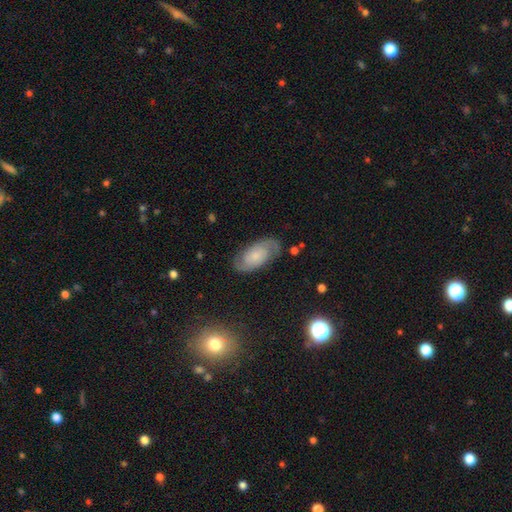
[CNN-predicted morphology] smooth-or-featured: featured or disk: 69% | smooth: 23% | star or artifact: 8%
  disk-edge-on: no: 95% | yes: 5%
    bar: no: 68% | weak: 26% | strong: 6%
    has-spiral-arms: yes: 93% | no: 7%
      spiral-winding: tight: 44% | medium: 42% | loose: 15%
      spiral-arm-count: 2: 87% | can't tell: 8% | 1: 2% | 3: 2% | 4: 1% | more than 4: 1%
    bulge-size: small: 51% | moderate: 21% | none: 19% | large: 6% | dominant: 2%
  merging: none: 79% | minor disturbance: 14% | major disturbance: 5% | merger: 2%